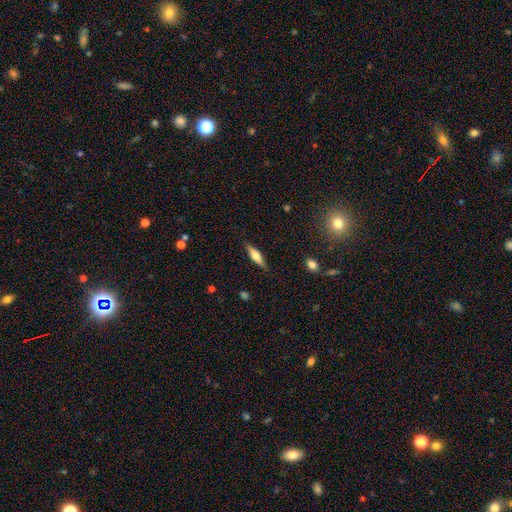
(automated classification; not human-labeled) This is possibly a smooth galaxy (49%). Merging: clearly none (86%).